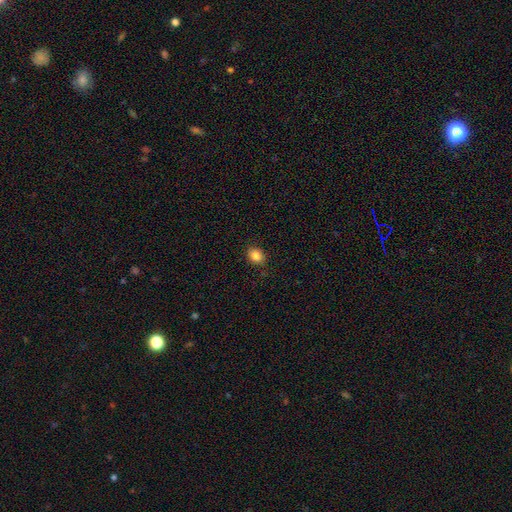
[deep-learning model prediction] This appears to be a smooth galaxy with no disk features (85%) that is in between round and cigar-shaped (60%). Merging: none (88%).